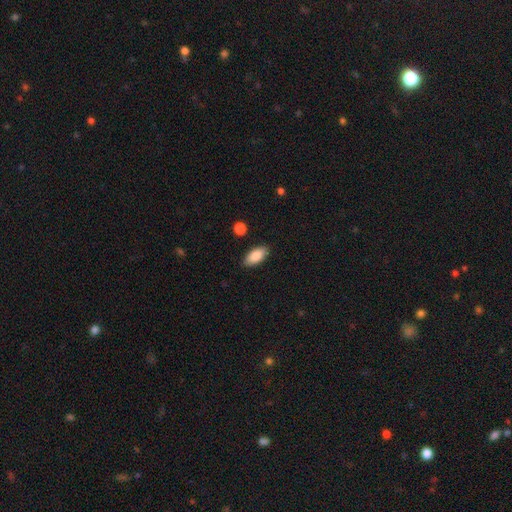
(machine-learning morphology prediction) The model was most divided on "smooth or featured": smooth: 86%, featured or disk: 8%, star or artifact: 6%. More confident: how rounded — in between (89%); merging — none (88%).